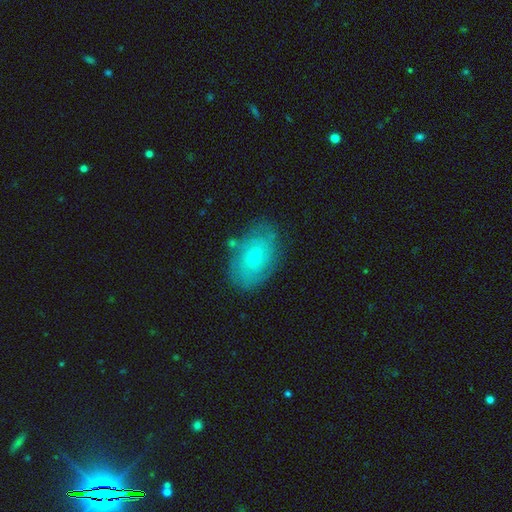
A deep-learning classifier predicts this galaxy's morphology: smooth-or-featured: smooth: 50% | featured or disk: 37% | star or artifact: 13%
  how-rounded: in between: 88% | round: 10% | cigar-shaped: 2%
  merging: none: 80% | minor disturbance: 15% | major disturbance: 4% | merger: 2%